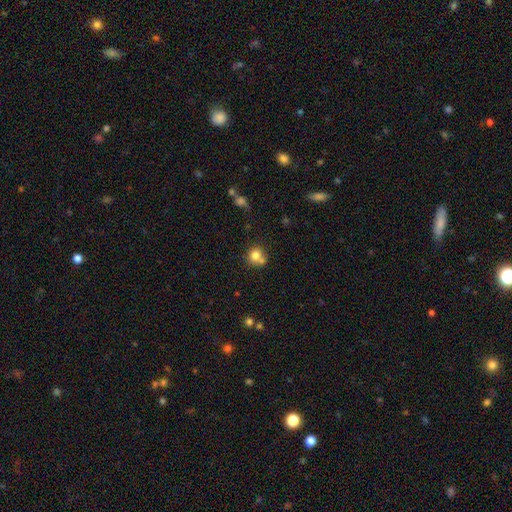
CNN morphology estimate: The model was most divided on "merging": none: 54%, merger: 32%, minor disturbance: 11%, major disturbance: 4%. More confident: how rounded — round (86%); smooth or featured — smooth (78%).